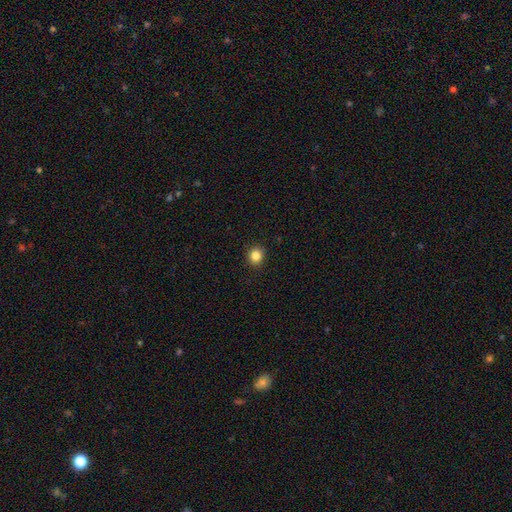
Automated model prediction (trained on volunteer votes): smooth 84%, star or artifact 12%, featured or disk 4%. Down the decision tree: how rounded — round (85%); merging — none (92%).